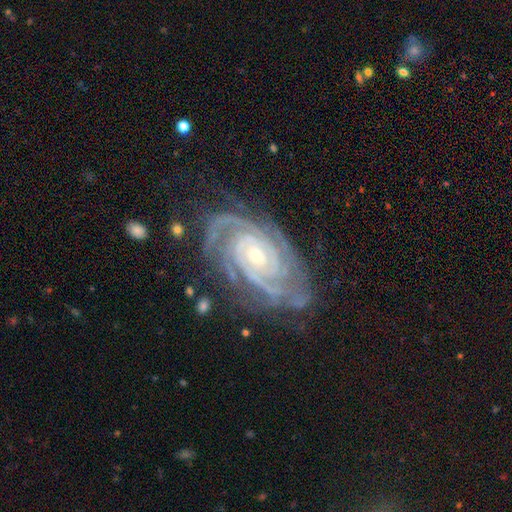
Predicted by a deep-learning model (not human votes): Q: Smooth or featured?
A: featured or disk (93%); runner-up: star or artifact (5%)
Q: Edge-on disk?
A: no (97%); runner-up: yes (3%)
Q: Bar?
A: no (64%); runner-up: weak (24%)
Q: Spiral arms?
A: yes (99%); runner-up: no (1%)
Q: Spiral winding?
A: tight (80%); runner-up: medium (18%)
Q: Spiral arm count?
A: 2 (36%); runner-up: 3 (29%)
Q: Bulge size?
A: small (60%); runner-up: moderate (37%)
Q: Merging?
A: none (72%); runner-up: minor disturbance (19%)